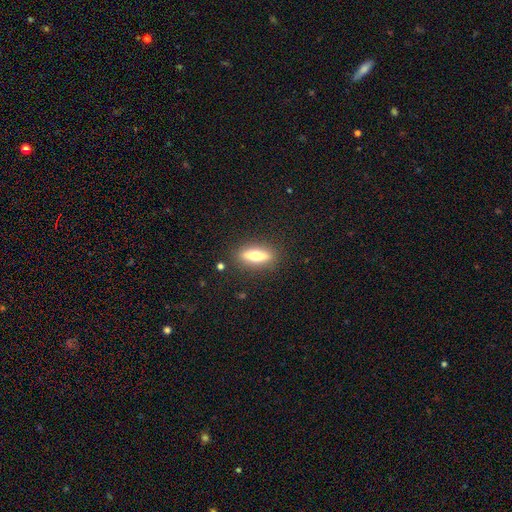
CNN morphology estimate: This is possibly a smooth galaxy (49%). Merging: clearly none (87%).